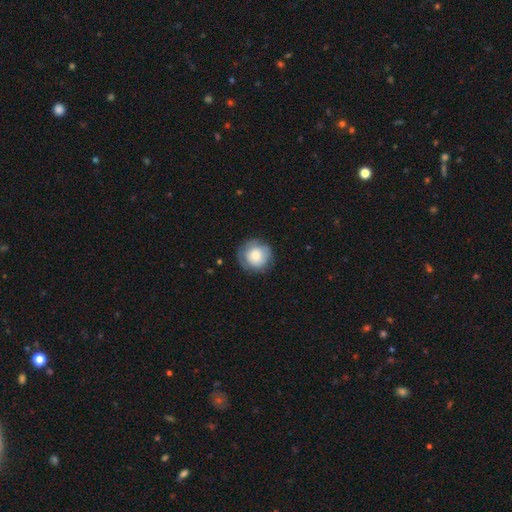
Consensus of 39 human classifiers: Overall: smooth (77%). How rounded: round (90%). Merging: none (76%).